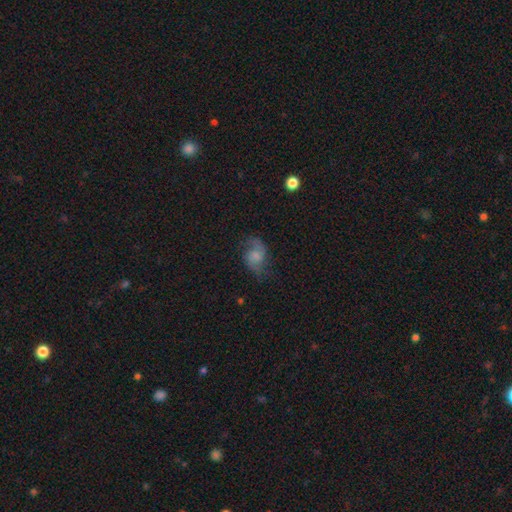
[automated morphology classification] Q: Smooth or featured?
A: featured or disk (58%); runner-up: smooth (33%)
Q: Edge-on disk?
A: no (97%); runner-up: yes (3%)
Q: Bar?
A: no (65%); runner-up: weak (30%)
Q: Spiral arms?
A: yes (89%); runner-up: no (11%)
Q: Bulge size?
A: moderate (28%); runner-up: small (27%)
Q: Merging?
A: none (61%); runner-up: minor disturbance (22%)